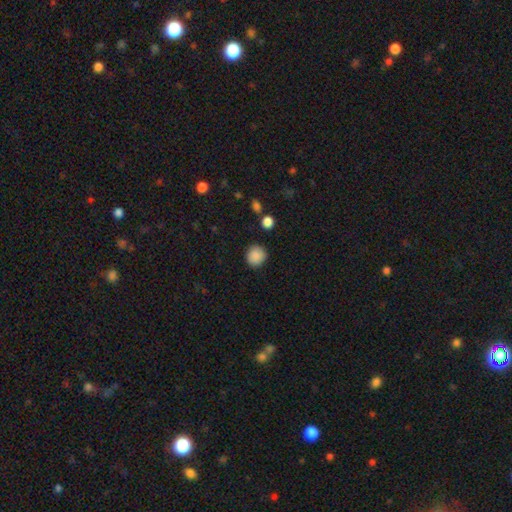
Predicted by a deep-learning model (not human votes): This is clearly a smooth galaxy (88%). How rounded: clearly round (89%). Merging: clearly none (88%).